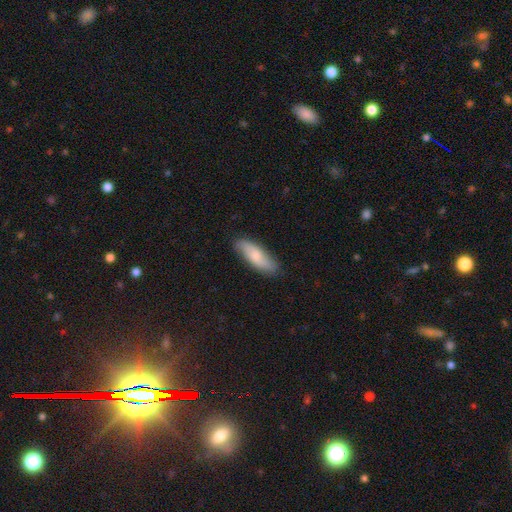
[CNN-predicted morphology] Overall: smooth (70%). How rounded: in between (55%; cigar-shaped 43%). Merging: none (83%).